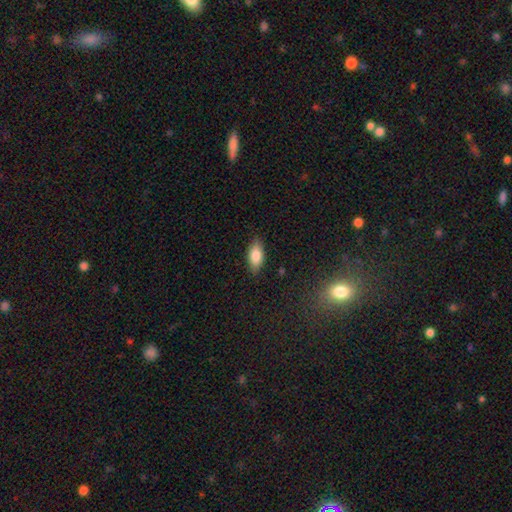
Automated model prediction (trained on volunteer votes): Morphology: type=smooth (80%); roundness=in between (87%); merging=none (84%).